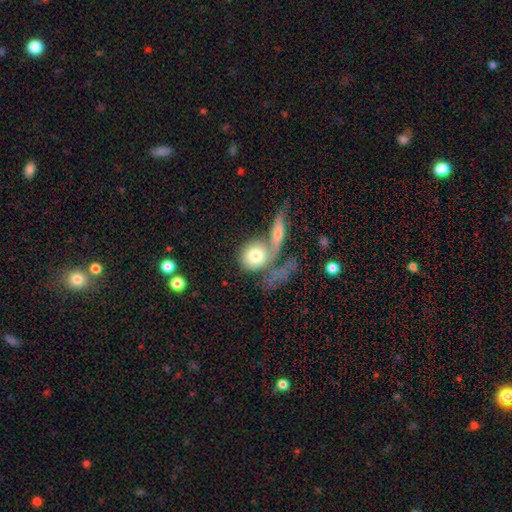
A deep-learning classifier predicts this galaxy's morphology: A smooth galaxy with no disk features (73%) that is round (70%). Merging: merger (47%).